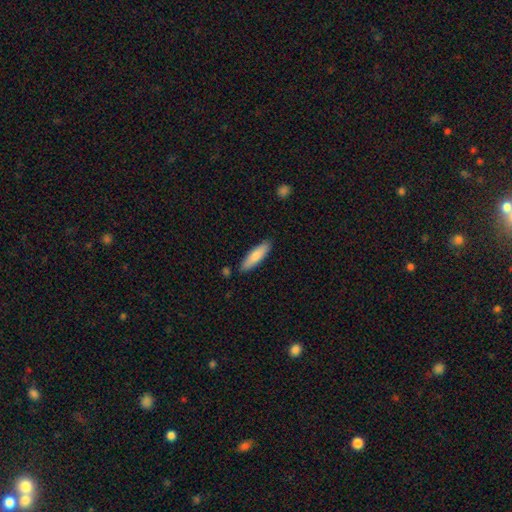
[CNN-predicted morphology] smooth 78%, featured or disk 16%, star or artifact 5%. Down the decision tree: how rounded — cigar-shaped (65%); merging — none (86%).